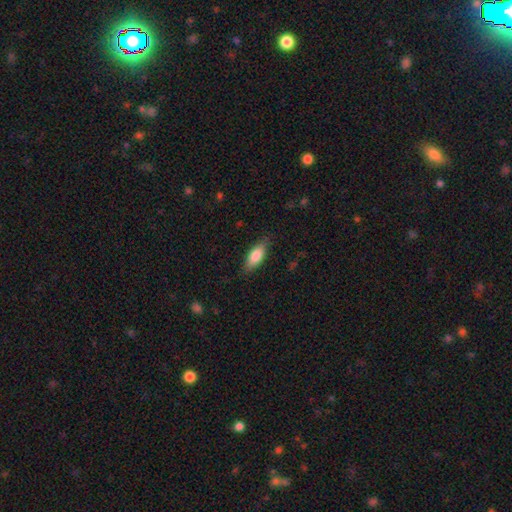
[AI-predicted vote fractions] Smooth or featured? smooth (82%)
How rounded? in between (79%)
Merging? none (81%)